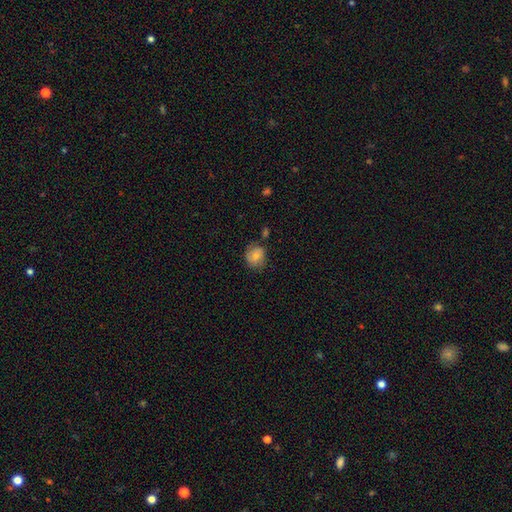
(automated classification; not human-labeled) Smooth or featured: smooth — 68% (featured or disk — 23%)
How rounded: round — 71% (in between — 28%)
Merging: none — 66% (minor disturbance — 23%)